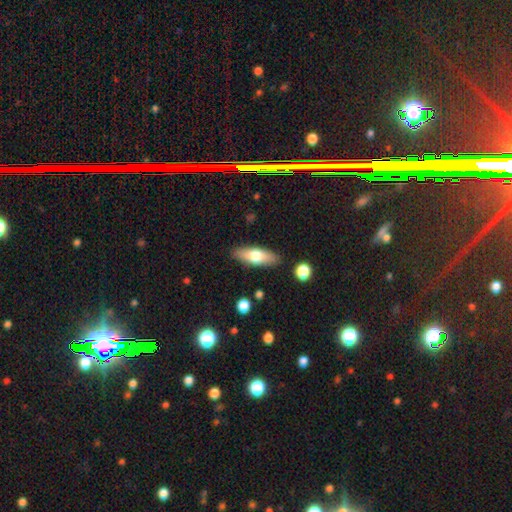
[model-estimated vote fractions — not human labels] A smooth galaxy with no disk features (67%) that is in between round and cigar-shaped (62%). Merging: none (87%).